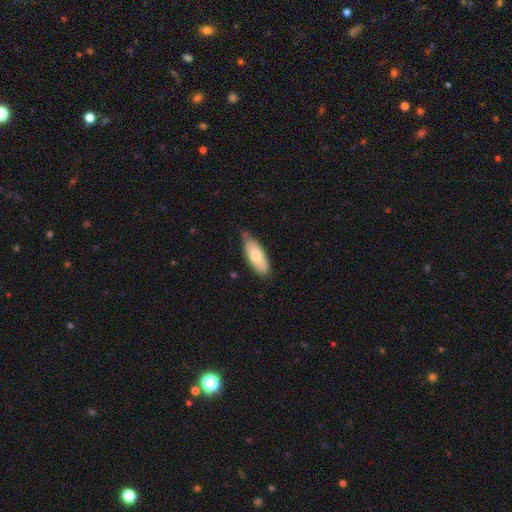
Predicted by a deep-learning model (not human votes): A smooth galaxy with no disk features (70%) that is in between round and cigar-shaped (79%).

Vote fractions:
- Smooth or featured? smooth: 70% / featured or disk: 24% / star or artifact: 6%
- How rounded? in between: 79% / cigar-shaped: 18% / round: 2%
- Merging? none: 69% / minor disturbance: 24% / major disturbance: 4% / merger: 3%